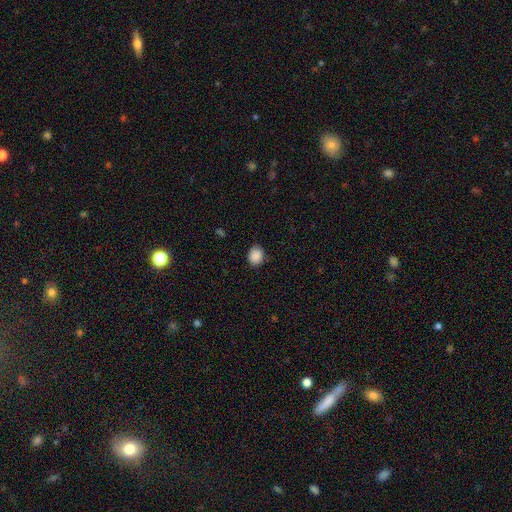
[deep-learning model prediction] Smooth or featured? Predicted: smooth (p=0.89). How rounded? Predicted: round (p=0.57). Merging? Predicted: none (p=0.85).